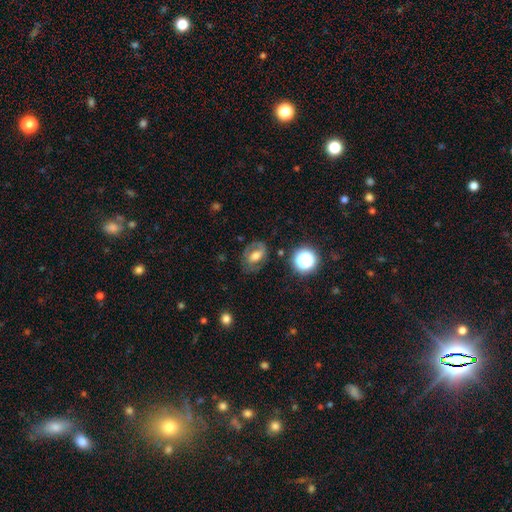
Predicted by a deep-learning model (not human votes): Morphology: type=smooth (46%); merging=none (67%).